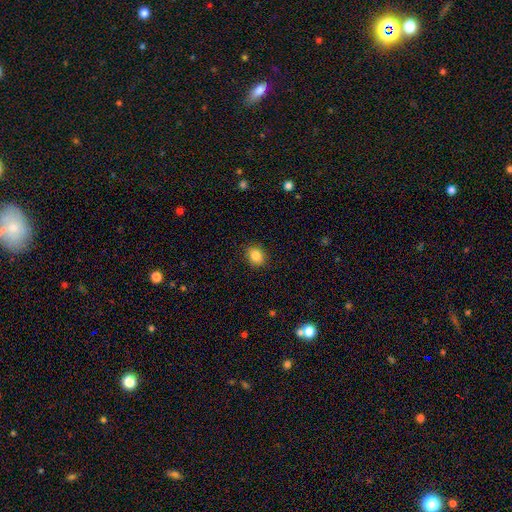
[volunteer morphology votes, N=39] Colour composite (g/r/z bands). It shows a smooth galaxy with no disk features (90%) that is round (63%). Merging: none (89%).